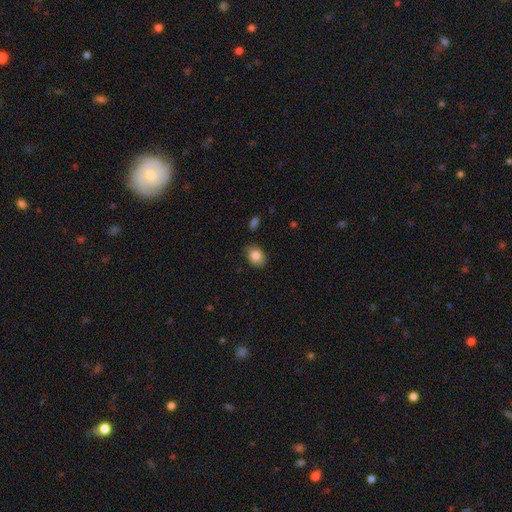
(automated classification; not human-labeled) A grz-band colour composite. It shows a smooth galaxy with no disk features (85%) that is in between round and cigar-shaped (71%). Merging: none (81%).